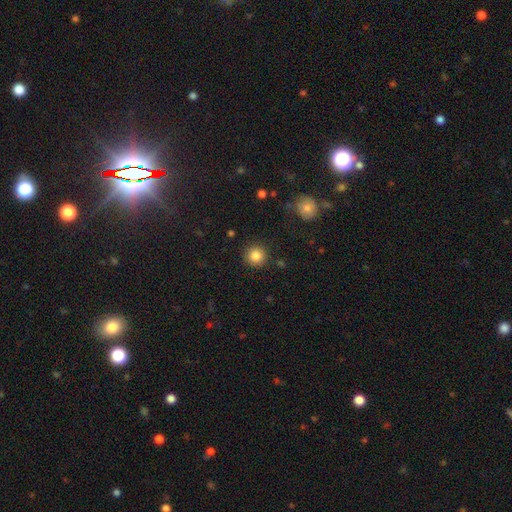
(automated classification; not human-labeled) A smooth galaxy with no disk features (85%) that is round (94%).

Vote fractions:
- Smooth or featured? smooth: 85% / star or artifact: 10% / featured or disk: 4%
- How rounded? round: 94% / in between: 5% / cigar-shaped: 1%
- Merging? none: 90% / minor disturbance: 6% / major disturbance: 2% / merger: 1%